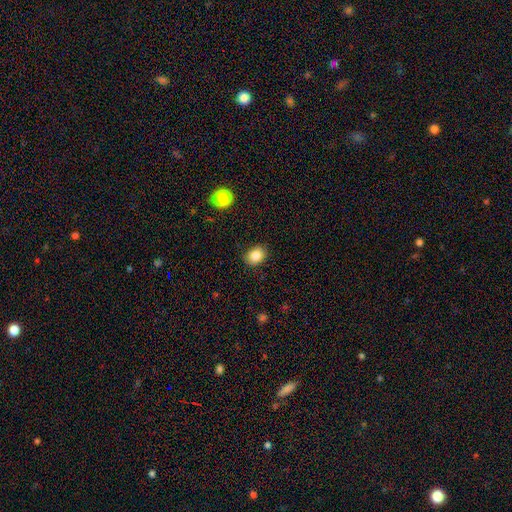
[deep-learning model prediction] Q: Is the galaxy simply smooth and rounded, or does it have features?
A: smooth — 85%.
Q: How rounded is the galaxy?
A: in between — 52%.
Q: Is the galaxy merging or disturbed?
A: none — 85%.